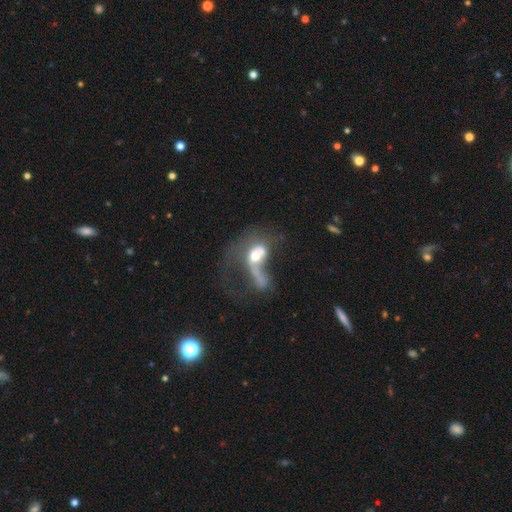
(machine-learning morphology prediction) featured or disk 51%, smooth 39%, star or artifact 10%. Down the decision tree: edge-on disk — no (93%); merging — major disturbance (47%).